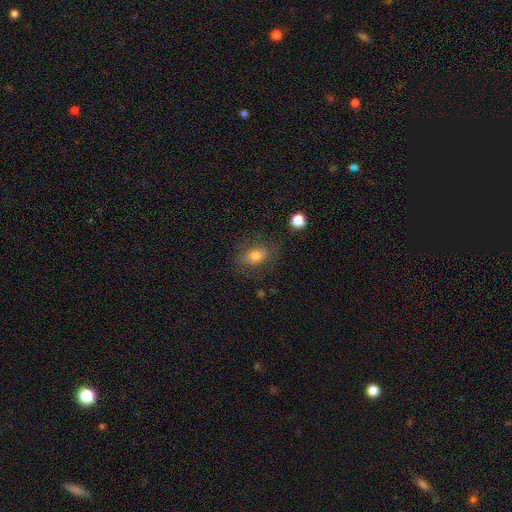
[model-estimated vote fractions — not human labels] Smooth or featured? smooth (70%)
How rounded? in between (69%)
Merging? none (72%)